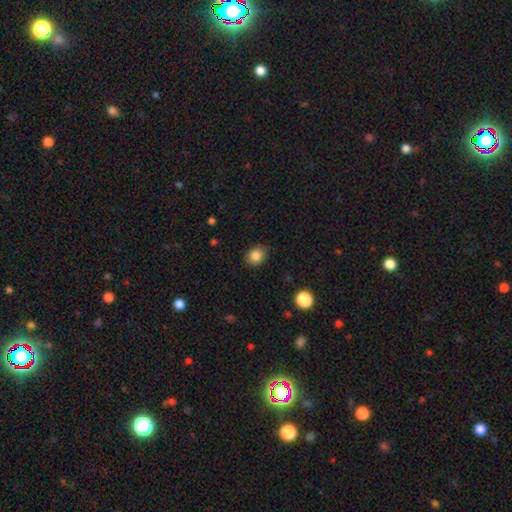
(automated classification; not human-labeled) smooth-or-featured: smooth: 85% | star or artifact: 10% | featured or disk: 5%
  how-rounded: round: 52% | in between: 48% | cigar-shaped: 1%
  merging: none: 85% | minor disturbance: 12% | major disturbance: 3% | merger: 1%